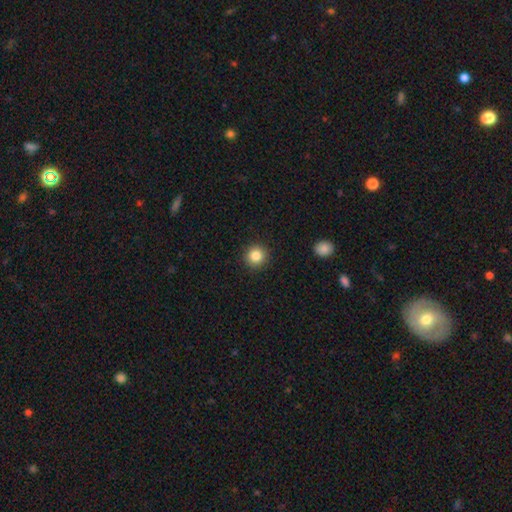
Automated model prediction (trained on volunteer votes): smooth-or-featured: smooth: 85% | star or artifact: 10% | featured or disk: 5%
  how-rounded: round: 94% | in between: 5% | cigar-shaped: 1%
  merging: none: 92% | minor disturbance: 5% | major disturbance: 2% | merger: 1%